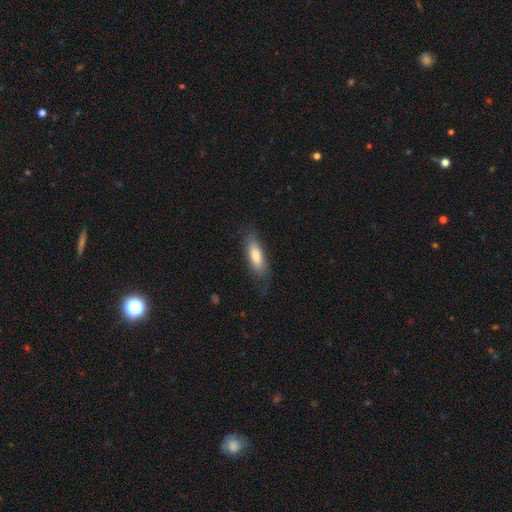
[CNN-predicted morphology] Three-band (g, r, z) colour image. It shows a smooth galaxy with no disk features (73%) that is in between round and cigar-shaped (52%). Merging: none (74%).